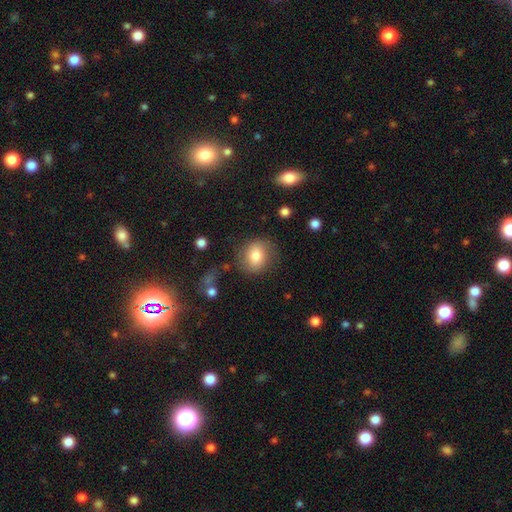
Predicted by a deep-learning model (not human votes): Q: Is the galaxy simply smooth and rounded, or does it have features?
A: smooth — 78%.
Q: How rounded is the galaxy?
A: round — 68%.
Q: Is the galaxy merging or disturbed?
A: none — 76%.